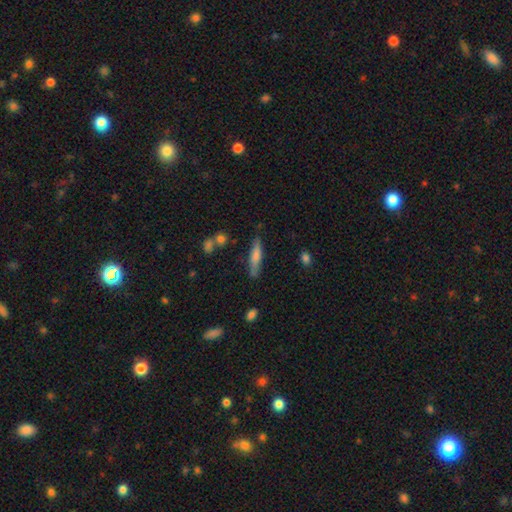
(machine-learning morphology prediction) A smooth galaxy with no disk features (48%). Merging: none (81%).